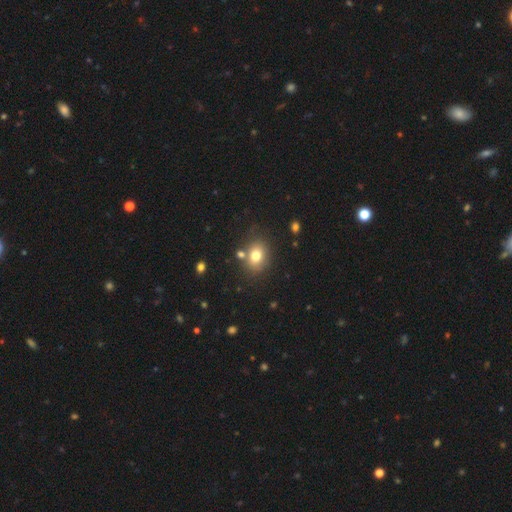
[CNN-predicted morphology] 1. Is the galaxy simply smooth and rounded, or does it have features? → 76% smooth, 12% featured or disk, 12% star or artifact.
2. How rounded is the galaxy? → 51% in between, 48% round, 1% cigar-shaped.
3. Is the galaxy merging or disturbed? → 74% none, 12% minor disturbance, 10% merger, 4% major disturbance.